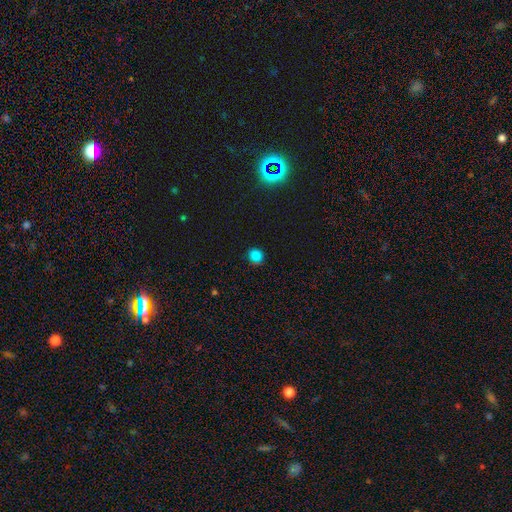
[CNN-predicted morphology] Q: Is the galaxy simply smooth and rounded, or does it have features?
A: smooth — 82%.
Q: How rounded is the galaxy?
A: round — 84%.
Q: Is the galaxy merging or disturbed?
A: none — 82%.